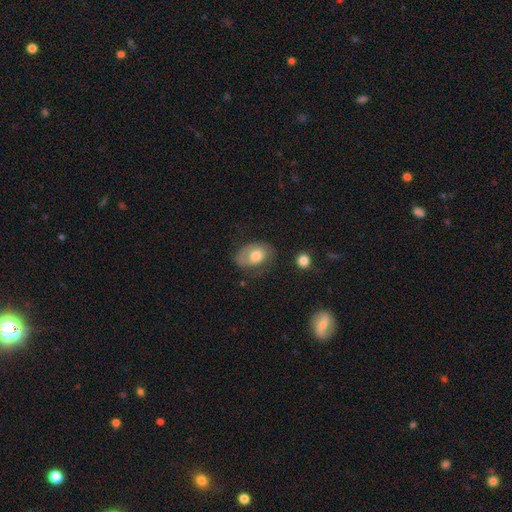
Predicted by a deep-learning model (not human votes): Q: Smooth or featured?
A: smooth (61%); runner-up: featured or disk (32%)
Q: How rounded?
A: in between (78%); runner-up: round (21%)
Q: Merging?
A: none (53%); runner-up: minor disturbance (28%)